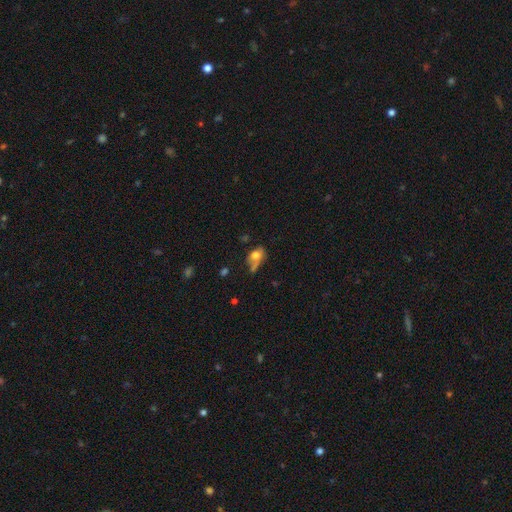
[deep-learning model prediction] The model was most divided on "merging": none: 33%, minor disturbance: 27%, major disturbance: 21%, merger: 19%. More confident: how rounded — in between (75%); smooth or featured — smooth (66%).